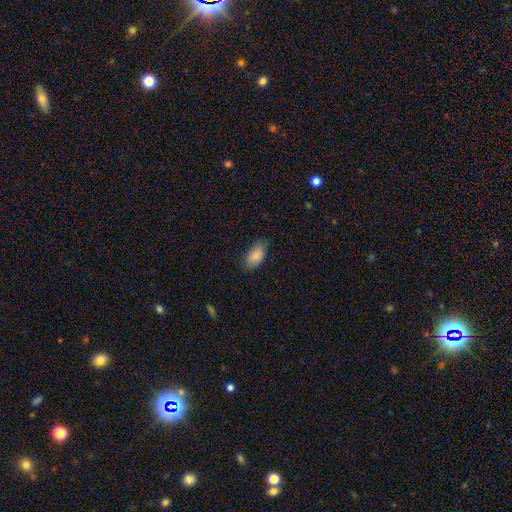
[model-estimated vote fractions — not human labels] Q: Smooth or featured?
A: smooth (86%); runner-up: featured or disk (8%)
Q: How rounded?
A: in between (93%); runner-up: round (4%)
Q: Merging?
A: none (75%); runner-up: minor disturbance (20%)